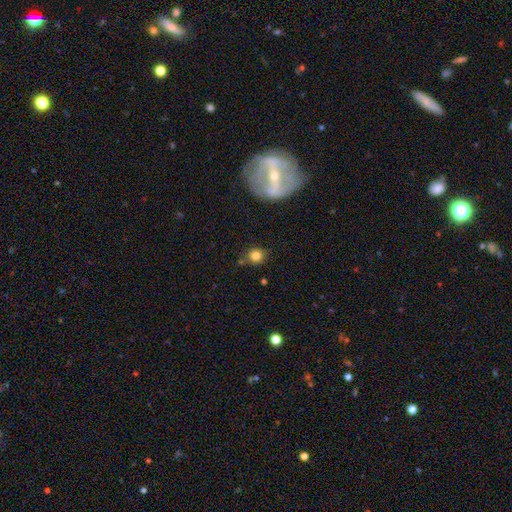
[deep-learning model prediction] Morphology: type=smooth (81%); roundness=round (84%); merging=none (78%).